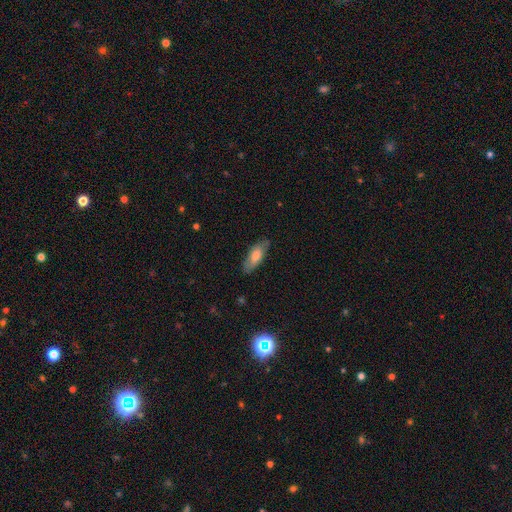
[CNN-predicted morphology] This is likely a smooth galaxy (65%). How rounded: likely in between (67%). Merging: likely none (77%).